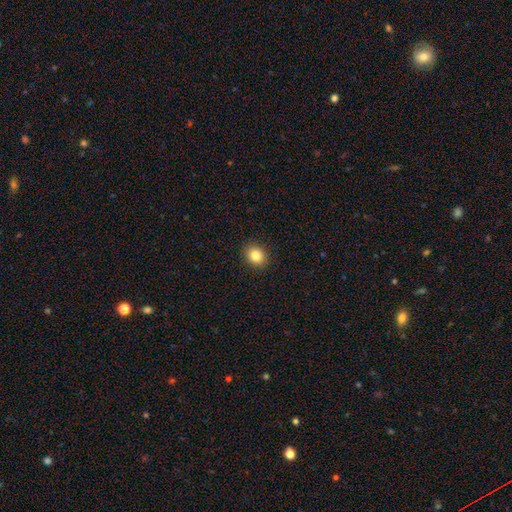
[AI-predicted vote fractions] smooth_or_featured: smooth (p=0.83) [alt: star or artifact p=0.10]
how_rounded: round (p=0.63) [alt: in between p=0.36]
merging: none (p=0.91) [alt: minor disturbance p=0.06]